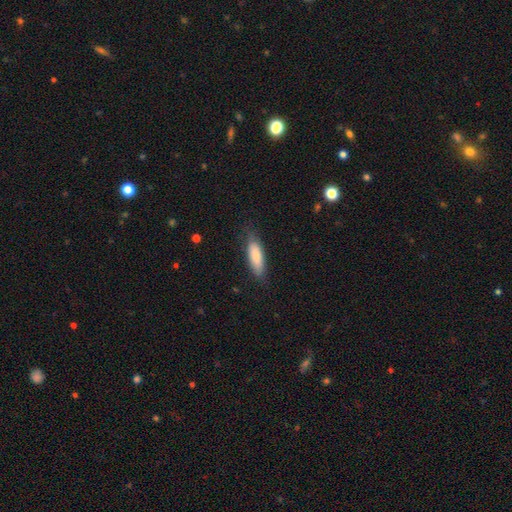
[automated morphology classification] smooth-or-featured: smooth: 80% | featured or disk: 14% | star or artifact: 6%
  how-rounded: in between: 56% | cigar-shaped: 42% | round: 2%
  merging: none: 76% | minor disturbance: 19% | major disturbance: 4% | merger: 1%